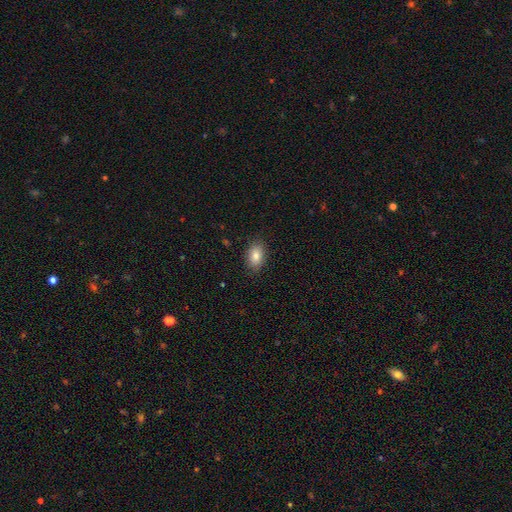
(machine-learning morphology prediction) smooth 84%, star or artifact 8%, featured or disk 8%. Down the decision tree: how rounded — in between (88%); merging — none (88%).